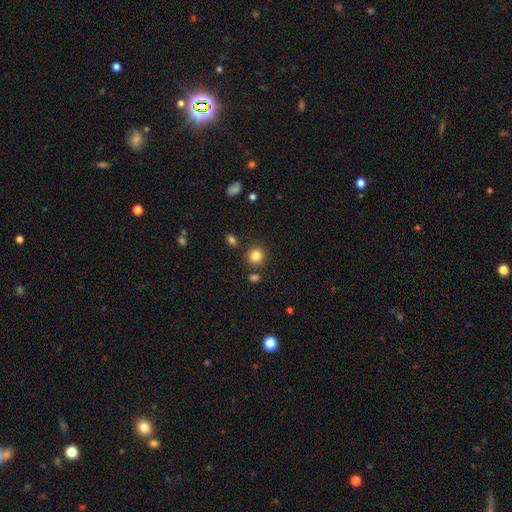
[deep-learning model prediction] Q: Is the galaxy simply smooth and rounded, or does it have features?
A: smooth — 84%.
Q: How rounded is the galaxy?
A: round — 90%.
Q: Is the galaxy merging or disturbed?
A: none — 83%.